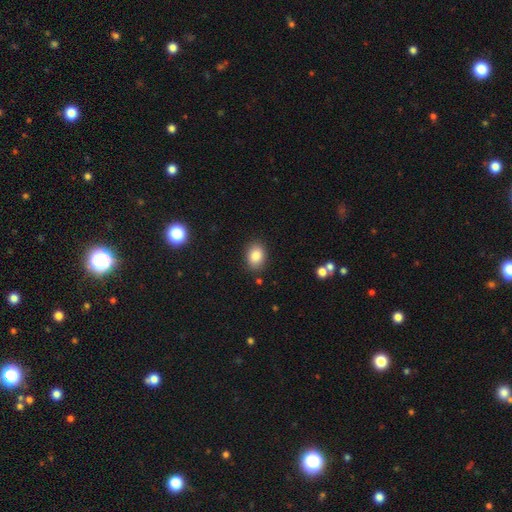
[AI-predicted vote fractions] Smooth or featured: smooth — 85% (star or artifact — 9%)
How rounded: in between — 68% (round — 31%)
Merging: none — 85% (minor disturbance — 10%)